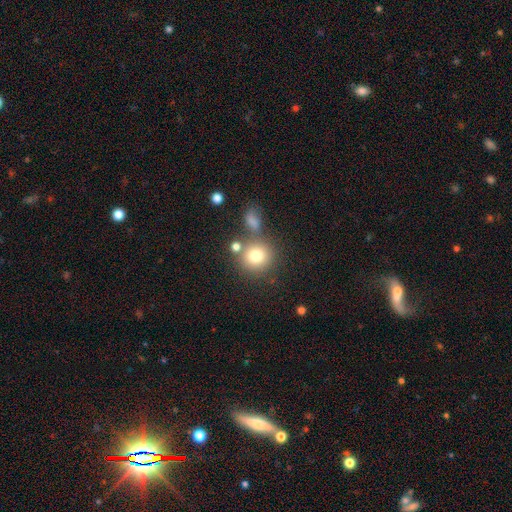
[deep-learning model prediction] smooth 77%, star or artifact 12%, featured or disk 11%. Down the decision tree: how rounded — round (88%); merging — none (67%).